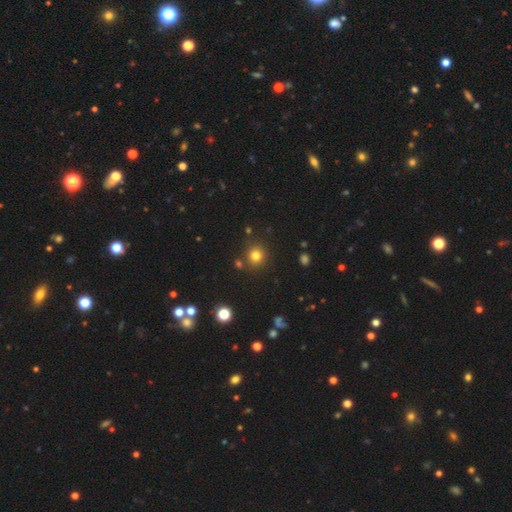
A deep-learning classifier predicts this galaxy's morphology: This is likely a smooth galaxy (79%). How rounded: clearly round (90%). Merging: clearly none (83%).